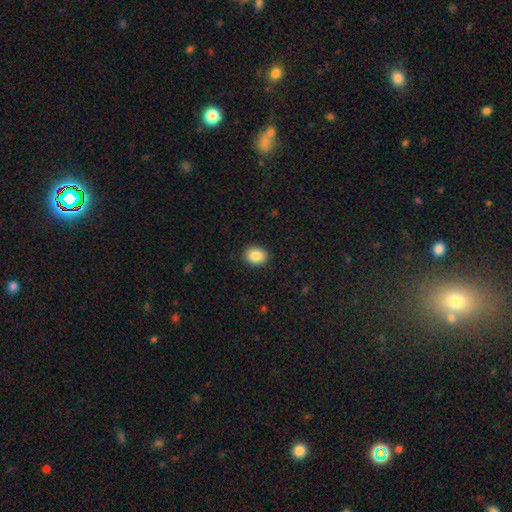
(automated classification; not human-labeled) Smooth or featured: smooth — 87% (star or artifact — 8%)
How rounded: in between — 53% (round — 46%)
Merging: none — 91% (minor disturbance — 7%)